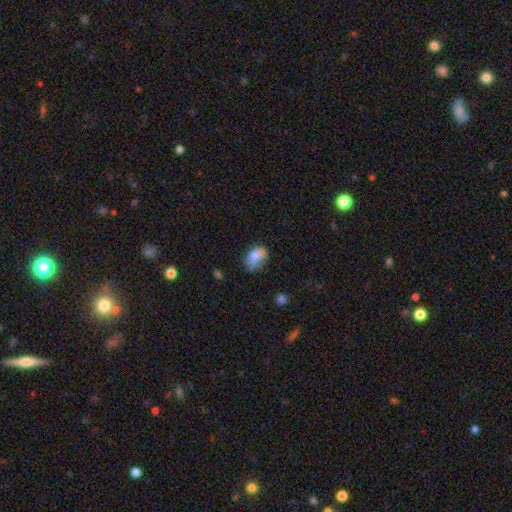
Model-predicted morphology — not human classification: Q: Smooth or featured?
A: smooth (76%); runner-up: featured or disk (15%)
Q: How rounded?
A: in between (80%); runner-up: round (18%)
Q: Merging?
A: none (44%); runner-up: minor disturbance (36%)